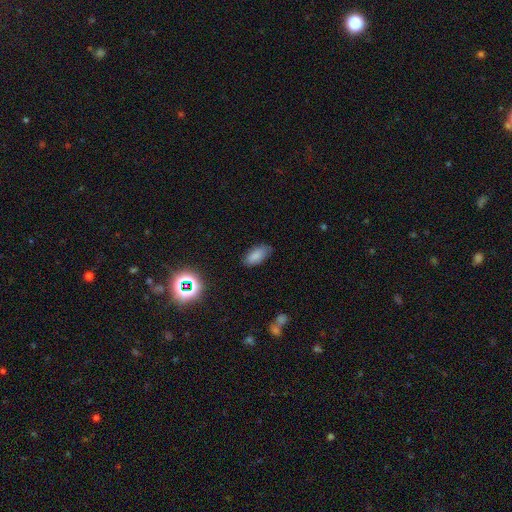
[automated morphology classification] Smooth or featured? smooth (83%)
How rounded? in between (89%)
Merging? none (76%)